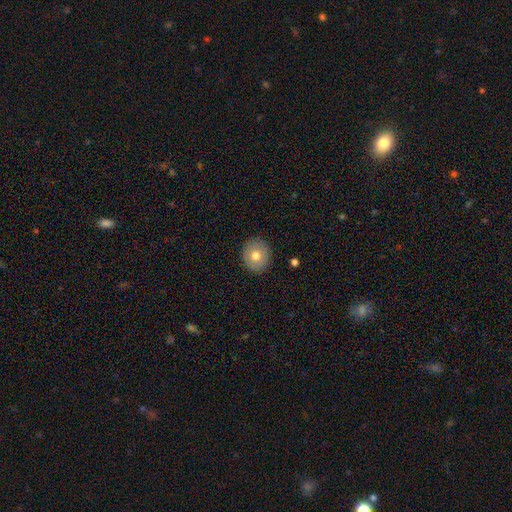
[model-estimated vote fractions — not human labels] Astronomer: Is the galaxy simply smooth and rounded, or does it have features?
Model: smooth — 74%.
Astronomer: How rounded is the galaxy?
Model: round — 82%.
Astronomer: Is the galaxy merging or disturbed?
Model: none — 90%.